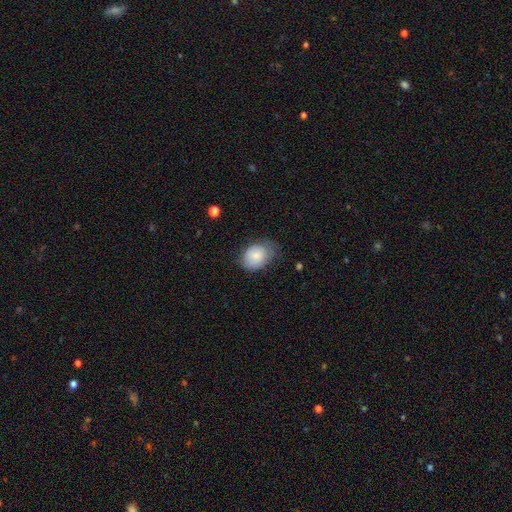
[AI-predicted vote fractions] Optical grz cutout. It shows a smooth galaxy with no disk features (82%) that is in between round and cigar-shaped (68%). Merging: none (53%).